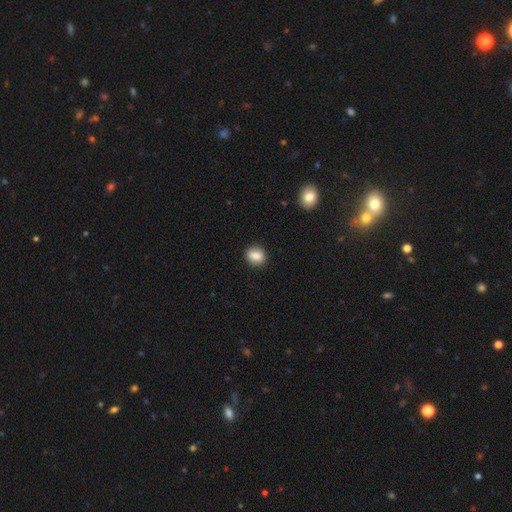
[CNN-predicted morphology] Smooth or featured? Predicted: smooth (p=0.82). How rounded? Predicted: round (p=0.58). Merging? Predicted: none (p=0.87).